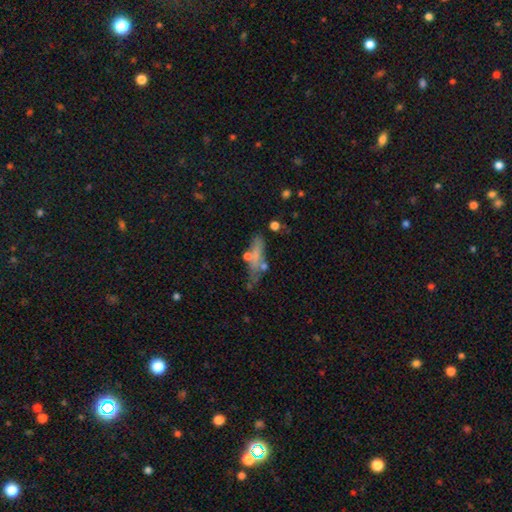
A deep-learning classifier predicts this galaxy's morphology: smooth-or-featured: smooth: 57% | featured or disk: 29% | star or artifact: 15%
  how-rounded: cigar-shaped: 61% | in between: 34% | round: 5%
  merging: none: 53% | minor disturbance: 22% | merger: 13% | major disturbance: 12%